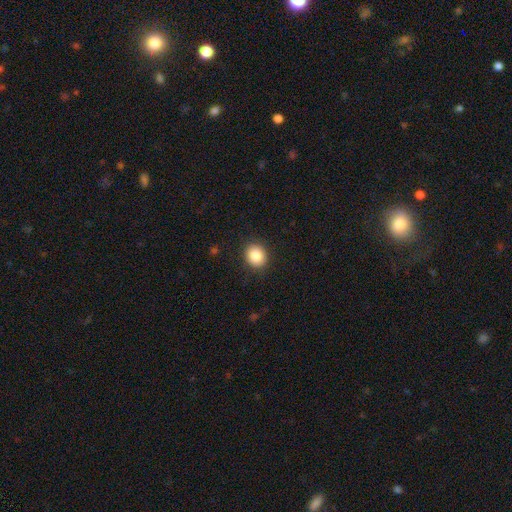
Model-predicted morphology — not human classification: smooth 86%, star or artifact 9%, featured or disk 5%. Down the decision tree: how rounded — round (71%); merging — none (90%).